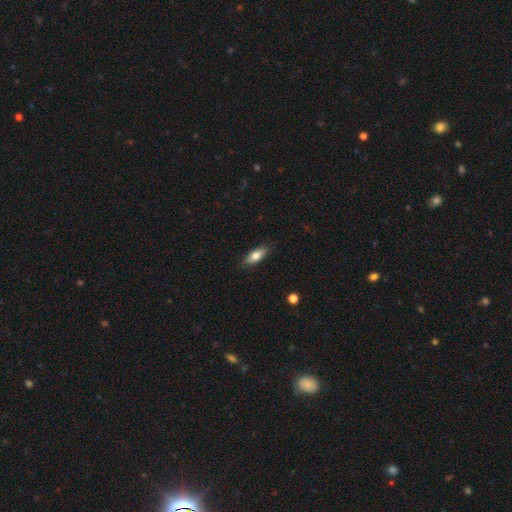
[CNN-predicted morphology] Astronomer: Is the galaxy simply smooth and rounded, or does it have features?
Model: smooth — 75%.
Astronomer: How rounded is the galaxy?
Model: in between — 74%.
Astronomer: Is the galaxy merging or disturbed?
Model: none — 85%.